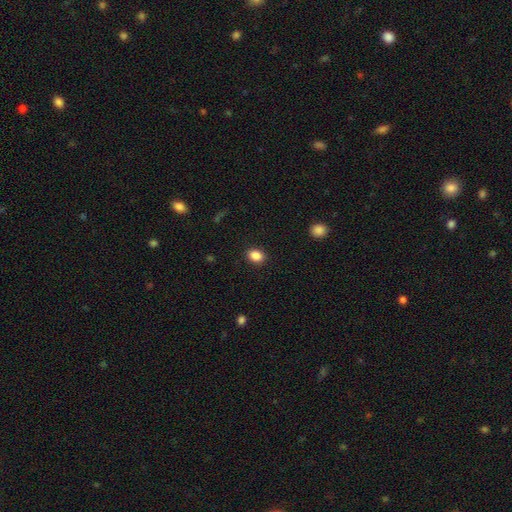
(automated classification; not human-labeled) Morphology: type=smooth (87%); roundness=in between (69%); merging=none (89%).